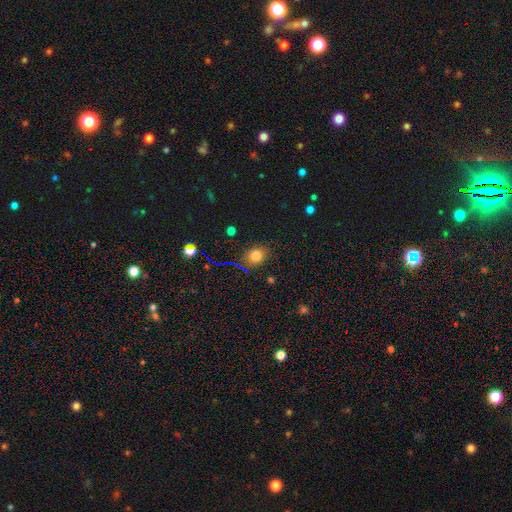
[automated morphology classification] Smooth or featured? Predicted: smooth (p=0.77). How rounded? Predicted: round (p=0.60). Merging? Predicted: none (p=0.82).